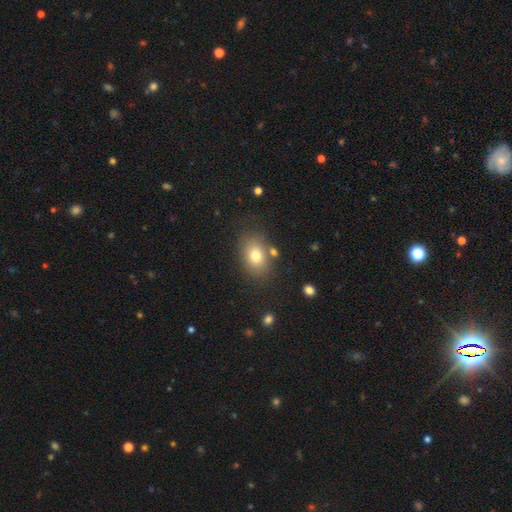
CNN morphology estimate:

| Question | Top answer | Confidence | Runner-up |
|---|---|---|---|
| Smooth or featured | smooth | 76% | featured or disk (13%) |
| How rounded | in between | 74% | round (25%) |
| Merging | none | 76% | minor disturbance (13%) |